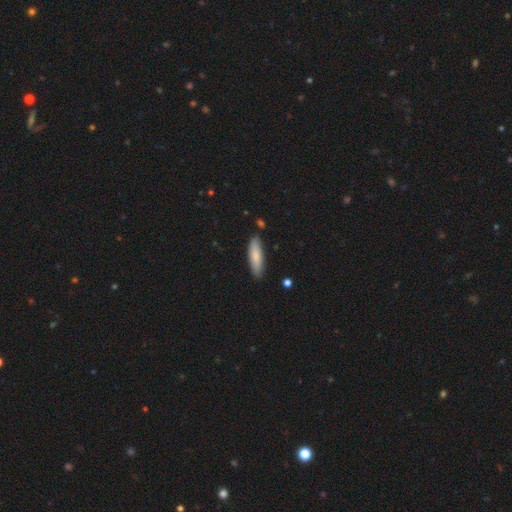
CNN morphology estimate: smooth-or-featured: smooth: 81% | featured or disk: 13% | star or artifact: 5%
  how-rounded: cigar-shaped: 64% | in between: 35% | round: 1%
  merging: none: 85% | minor disturbance: 11% | merger: 2% | major disturbance: 2%